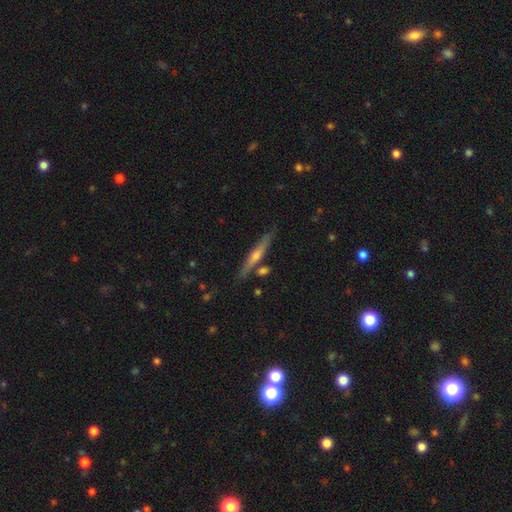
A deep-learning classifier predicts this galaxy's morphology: smooth-or-featured: featured or disk: 67% | smooth: 26% | star or artifact: 7%
  disk-edge-on: yes: 96% | no: 4%
    edge-on-bulge: rounded: 81% | none: 14% | boxy: 5%
  merging: none: 83% | minor disturbance: 10% | merger: 5% | major disturbance: 2%